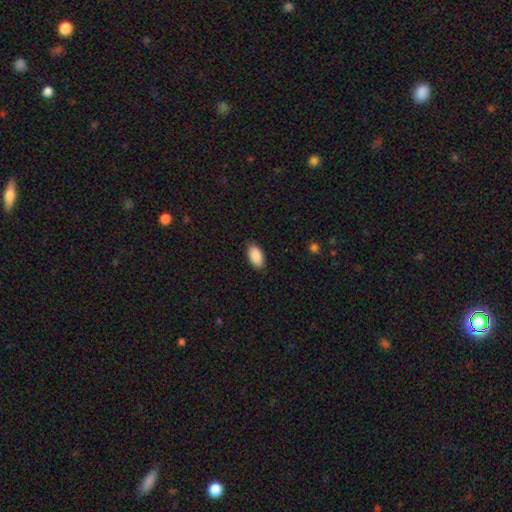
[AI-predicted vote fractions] This appears to be a smooth galaxy with no disk features (90%) that is in between round and cigar-shaped (94%). Merging: none (86%).